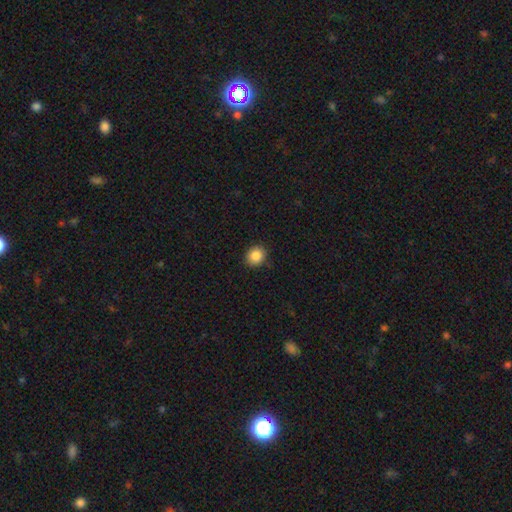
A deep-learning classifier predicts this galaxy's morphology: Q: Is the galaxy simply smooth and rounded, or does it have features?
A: smooth — 86%.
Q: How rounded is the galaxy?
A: round — 79%.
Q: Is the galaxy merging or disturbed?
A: none — 90%.